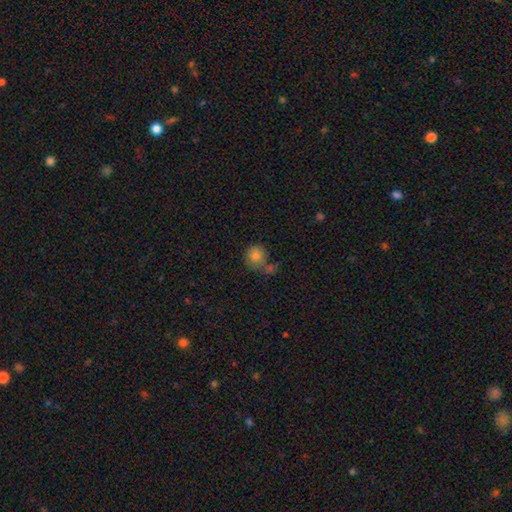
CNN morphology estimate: smooth 79%, featured or disk 11%, star or artifact 10%. Down the decision tree: how rounded — round (88%); merging — none (52%).